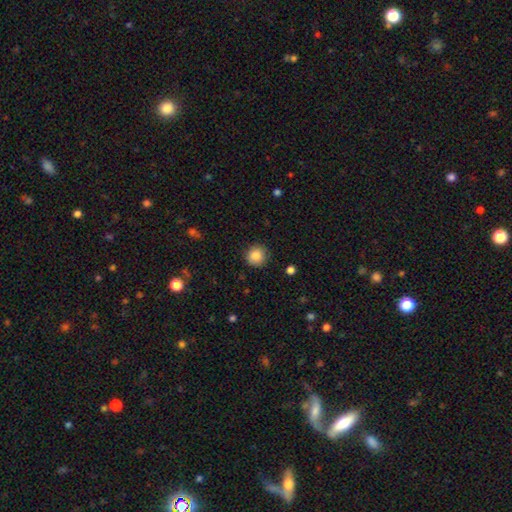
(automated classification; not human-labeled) Smooth or featured? smooth (87%)
How rounded? round (93%)
Merging? none (89%)